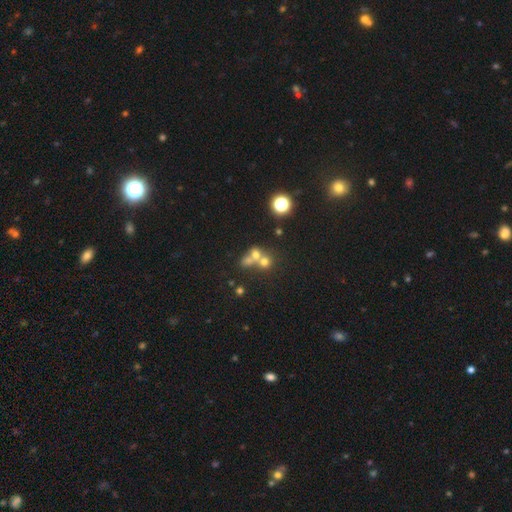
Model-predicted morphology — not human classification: smooth_or_featured: smooth (p=0.54) [alt: star or artifact p=0.24]
how_rounded: round (p=0.79) [alt: in between p=0.19]
merging: merger (p=0.54) [alt: none p=0.34]